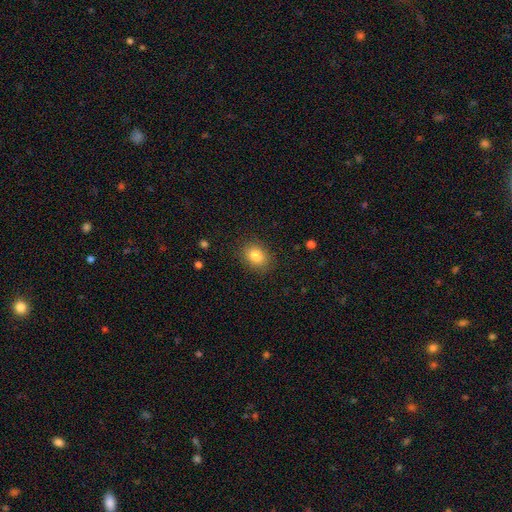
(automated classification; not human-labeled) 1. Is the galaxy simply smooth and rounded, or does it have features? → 84% smooth, 9% star or artifact, 7% featured or disk.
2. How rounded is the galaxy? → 64% in between, 35% round, 1% cigar-shaped.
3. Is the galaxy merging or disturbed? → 87% none, 10% minor disturbance, 3% major disturbance, 1% merger.